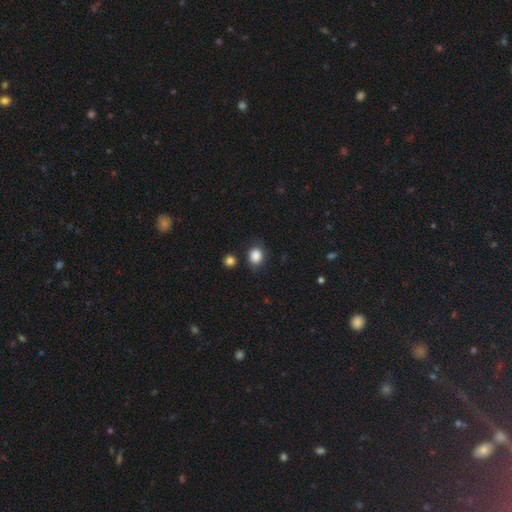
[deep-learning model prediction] smooth-or-featured: smooth: 86% | star or artifact: 10% | featured or disk: 4%
  how-rounded: round: 59% | in between: 40% | cigar-shaped: 1%
  merging: none: 76% | minor disturbance: 16% | major disturbance: 5% | merger: 4%